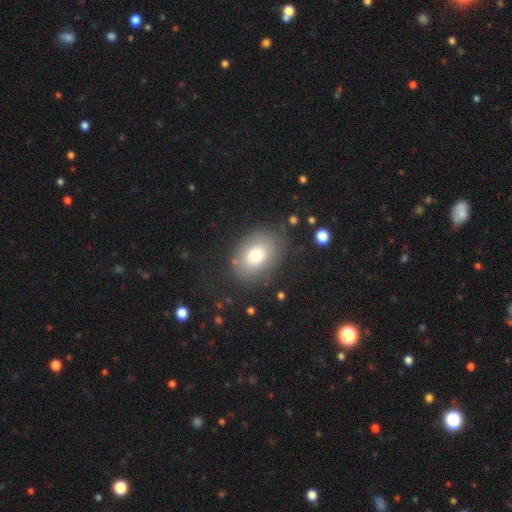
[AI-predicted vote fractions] The model was most divided on "how rounded": in between: 72%, round: 27%, cigar-shaped: 1%. More confident: merging — none (78%); smooth or featured — smooth (75%).